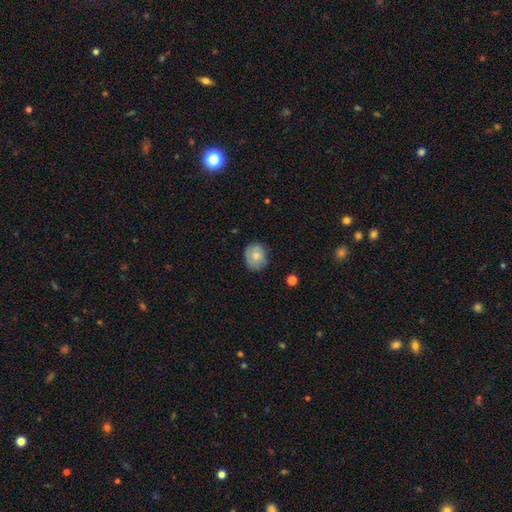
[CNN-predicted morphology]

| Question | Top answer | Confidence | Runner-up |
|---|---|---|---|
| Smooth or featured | smooth | 66% | featured or disk (26%) |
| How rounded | round | 67% | in between (32%) |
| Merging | none | 77% | minor disturbance (18%) |